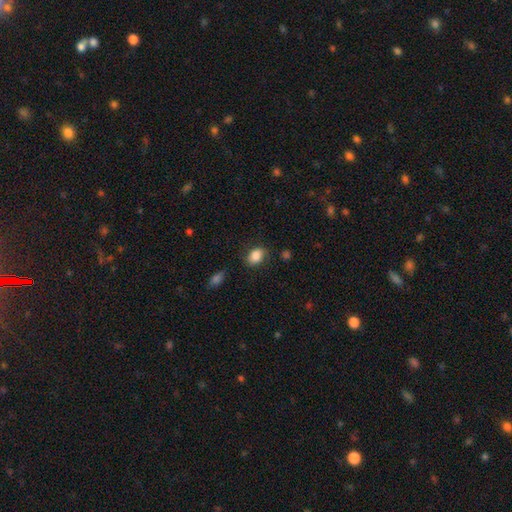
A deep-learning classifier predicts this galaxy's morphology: This appears to be a smooth galaxy with no disk features (85%) that is in between round and cigar-shaped (77%). Merging: none (77%).